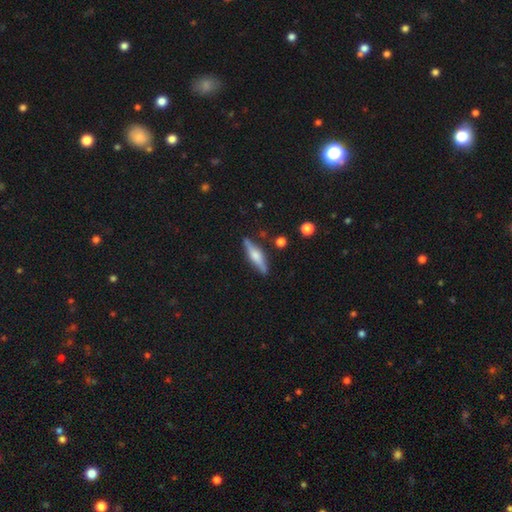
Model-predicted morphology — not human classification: Smooth or featured?
  - featured or disk: 58% *
  - smooth: 36%
  - star or artifact: 6%
Edge-on disk?
  - yes: 95% *
  - no: 5%
Edge-on bulge?
  - rounded: 81% *
  - boxy: 14%
  - none: 5%
Merging?
  - none: 85% *
  - minor disturbance: 10%
  - merger: 2%
  - major disturbance: 2%